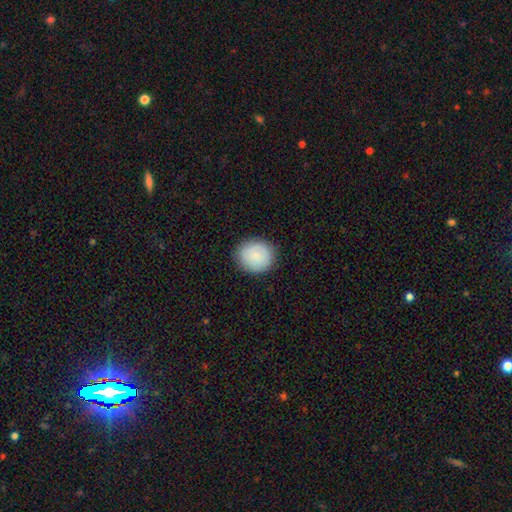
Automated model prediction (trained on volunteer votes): Morphology: type=smooth (81%); roundness=round (84%); merging=none (87%).